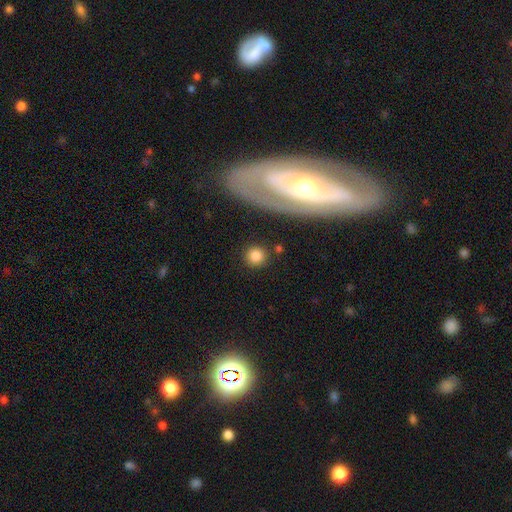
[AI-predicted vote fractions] Smooth or featured?
  - smooth: 83% *
  - star or artifact: 9%
  - featured or disk: 8%
How rounded?
  - round: 93% *
  - in between: 6%
  - cigar-shaped: 1%
Merging?
  - none: 86% *
  - minor disturbance: 7%
  - merger: 4%
  - major disturbance: 3%